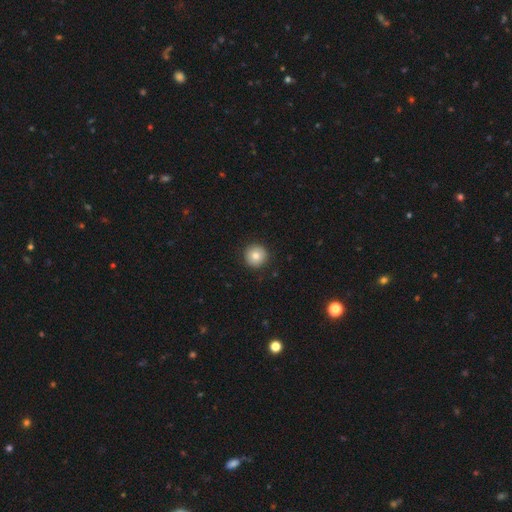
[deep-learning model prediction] smooth 79%, featured or disk 11%, star or artifact 10%. Down the decision tree: how rounded — round (96%); merging — none (92%).